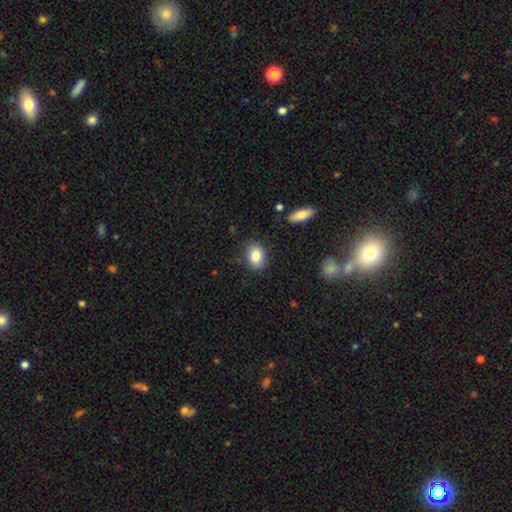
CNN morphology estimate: The model was most divided on "how rounded": in between: 75%, round: 24%, cigar-shaped: 1%. More confident: smooth or featured — smooth (85%); merging — none (81%).